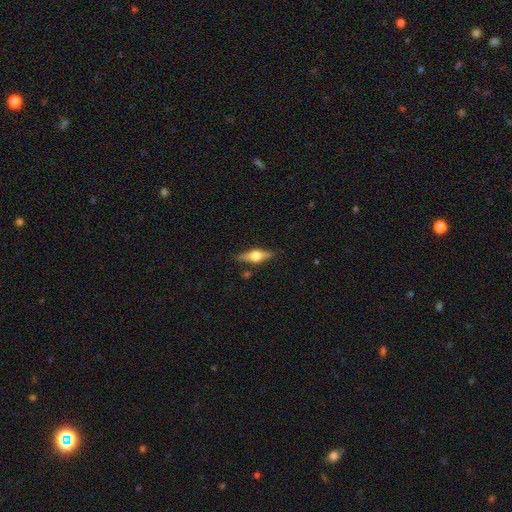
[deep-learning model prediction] A featured or disk galaxy (63%) viewed edge-on (95%) with a rounded central bulge (95%). Merging: none (85%).